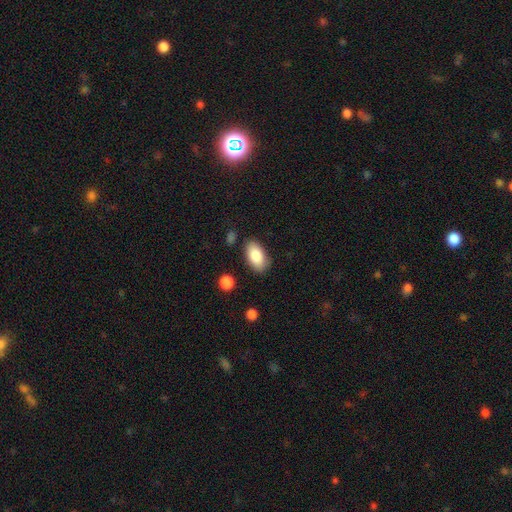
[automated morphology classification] type=smooth (85%); roundness=in between (93%); merging=none (83%).